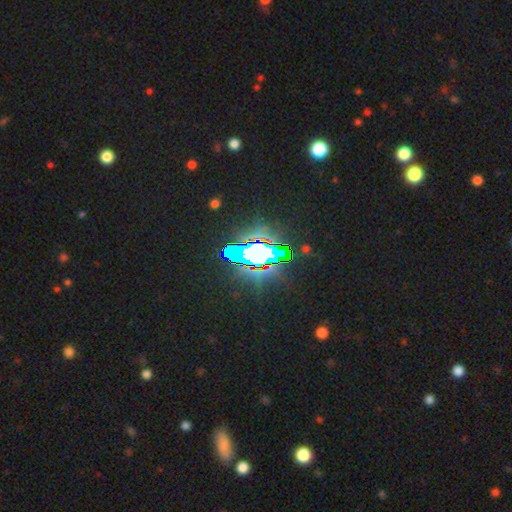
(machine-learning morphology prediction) A star or artifact, not a galaxy (83%).

Vote fractions:
- Smooth or featured? star or artifact: 83% / smooth: 9% / featured or disk: 8%